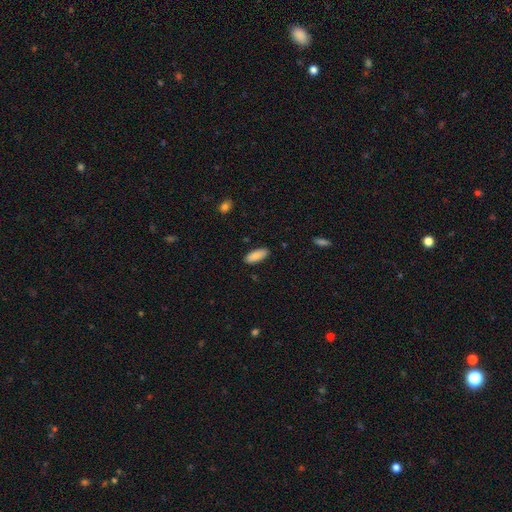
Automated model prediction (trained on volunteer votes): Q: Smooth or featured?
A: smooth (88%); runner-up: featured or disk (6%)
Q: How rounded?
A: in between (79%); runner-up: cigar-shaped (20%)
Q: Merging?
A: none (88%); runner-up: minor disturbance (9%)